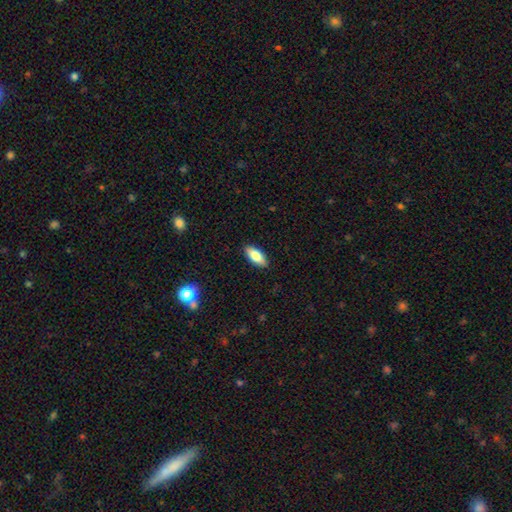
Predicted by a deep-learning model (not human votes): Smooth or featured? smooth (79%)
How rounded? in between (83%)
Merging? none (89%)